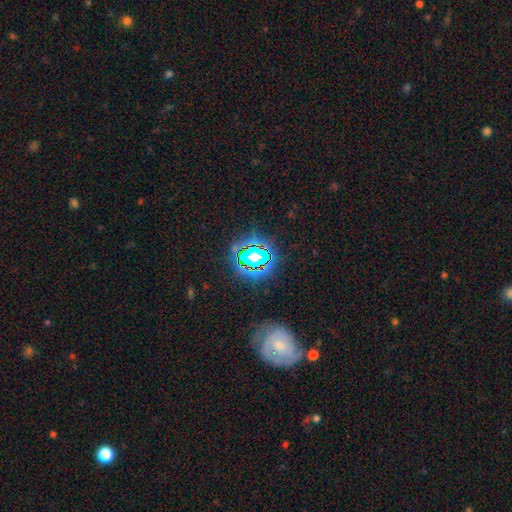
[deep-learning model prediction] smooth-or-featured: star or artifact: 61% | smooth: 26% | featured or disk: 14%